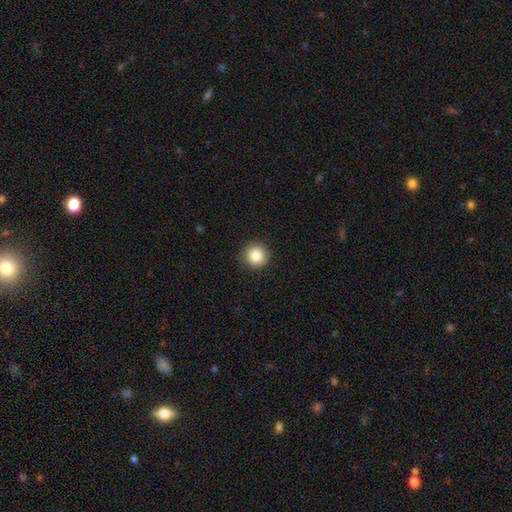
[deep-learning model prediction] A smooth galaxy with no disk features (84%) that is round (94%).

Vote fractions:
- Smooth or featured? smooth: 84% / star or artifact: 10% / featured or disk: 6%
- How rounded? round: 94% / in between: 5% / cigar-shaped: 1%
- Merging? none: 91% / minor disturbance: 6% / major disturbance: 2% / merger: 1%